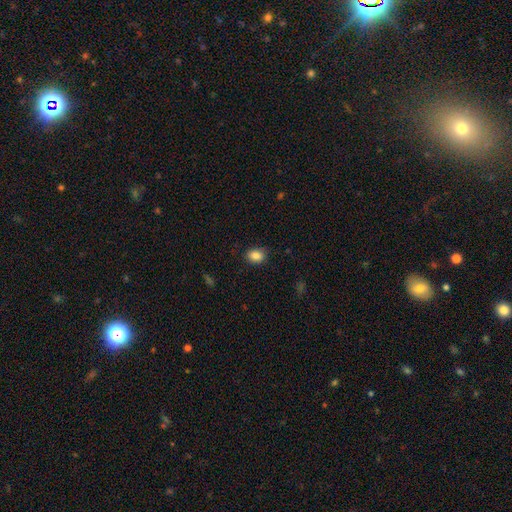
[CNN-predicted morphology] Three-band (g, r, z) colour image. It shows a smooth galaxy with no disk features (86%) that is in between round and cigar-shaped (70%). Merging: none (83%).